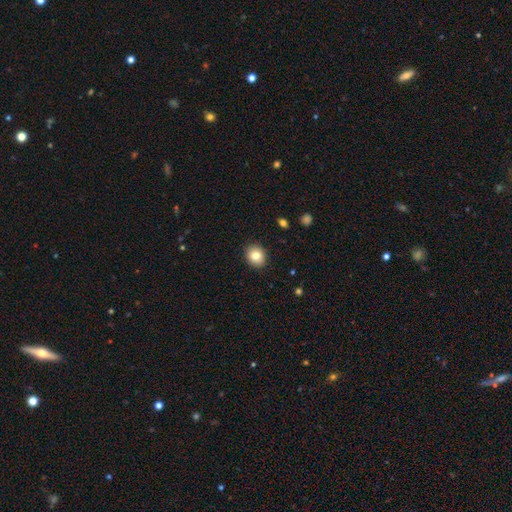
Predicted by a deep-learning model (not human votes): Smooth or featured? smooth (81%)
How rounded? round (73%)
Merging? none (90%)